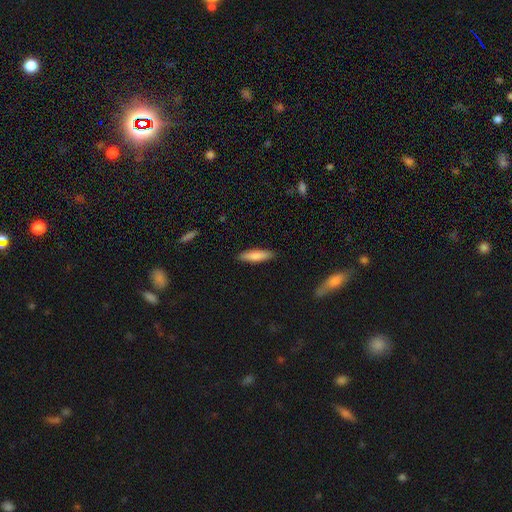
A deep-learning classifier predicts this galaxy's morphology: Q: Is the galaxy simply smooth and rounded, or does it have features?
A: smooth — 78%.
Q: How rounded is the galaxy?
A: cigar-shaped — 71%.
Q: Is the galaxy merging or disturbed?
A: none — 89%.